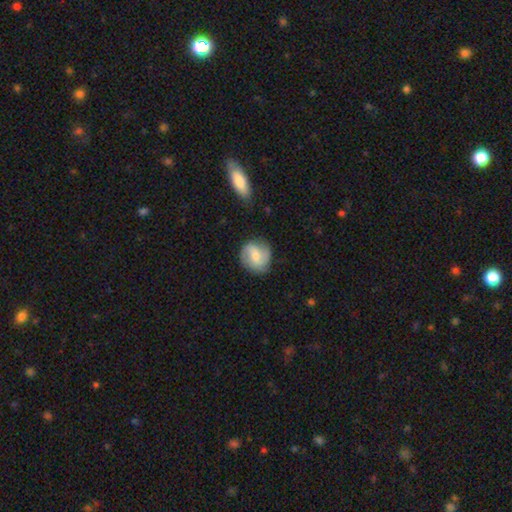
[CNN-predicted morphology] Smooth or featured?
  - featured or disk: 56% *
  - smooth: 37%
  - star or artifact: 7%
Edge-on disk?
  - no: 97% *
  - yes: 3%
Bar?
  - weak: 47% *
  - no: 41%
  - strong: 12%
Spiral arms?
  - yes: 91% *
  - no: 9%
Bulge size?
  - small: 44% * (tied)
  - moderate: 44% * (tied)
  - none: 6%
  - large: 4%
  - dominant: 1%
Merging?
  - none: 76% *
  - minor disturbance: 17%
  - major disturbance: 6%
  - merger: 2%